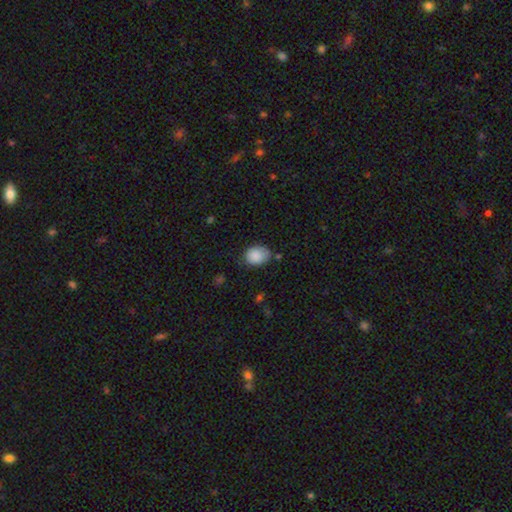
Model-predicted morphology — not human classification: Smooth or featured: smooth — 88% (star or artifact — 8%)
How rounded: in between — 60% (round — 39%)
Merging: none — 67% (minor disturbance — 25%)